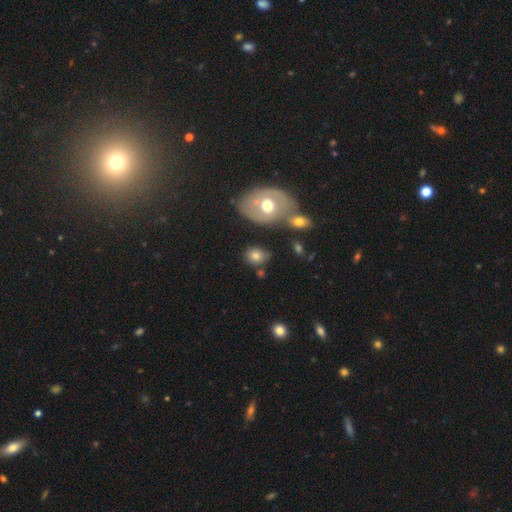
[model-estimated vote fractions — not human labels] Morphology: type=smooth (73%); roundness=in between (53%); merging=none (64%).